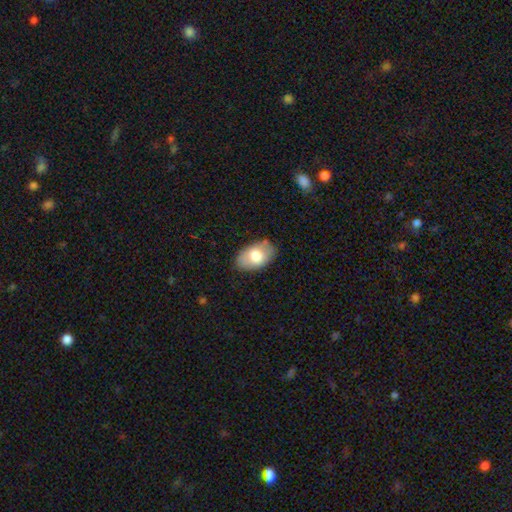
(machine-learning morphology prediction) A smooth galaxy with no disk features (73%) that is in between round and cigar-shaped (93%).

Vote fractions:
- Smooth or featured? smooth: 73% / featured or disk: 20% / star or artifact: 6%
- How rounded? in between: 93% / round: 6% / cigar-shaped: 1%
- Merging? none: 80% / minor disturbance: 15% / major disturbance: 3% / merger: 2%